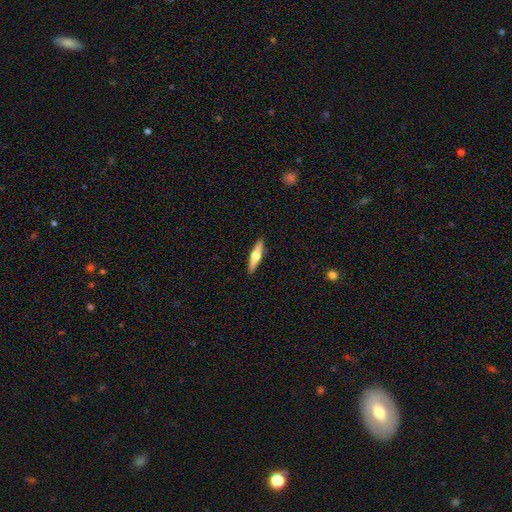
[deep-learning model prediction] Smooth or featured: featured or disk — 61% (smooth — 34%)
Edge-on disk: yes — 97% (no — 3%)
Edge-on bulge: rounded — 94% (boxy — 3%)
Merging: none — 91% (minor disturbance — 6%)